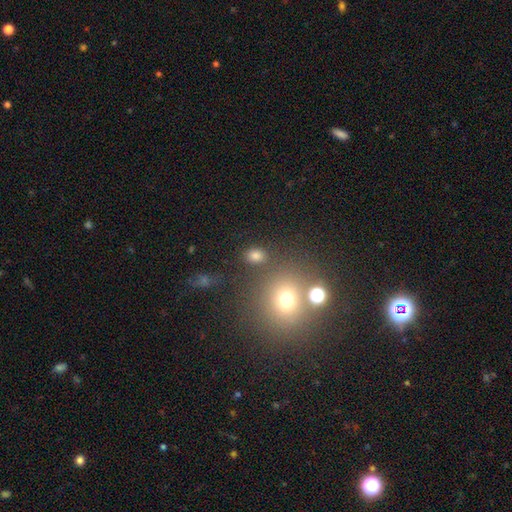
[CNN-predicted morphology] Smooth or featured? smooth (74%)
How rounded? in between (53%)
Merging? none (78%)